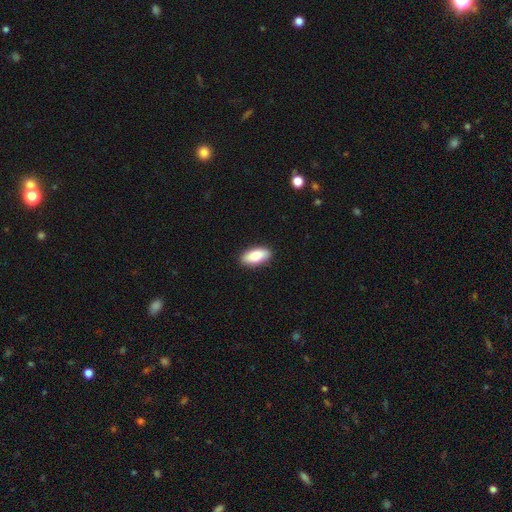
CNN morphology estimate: smooth_or_featured: smooth (p=0.86) [alt: featured or disk p=0.08]
how_rounded: in between (p=0.89) [alt: cigar-shaped p=0.08]
merging: none (p=0.89) [alt: minor disturbance p=0.08]